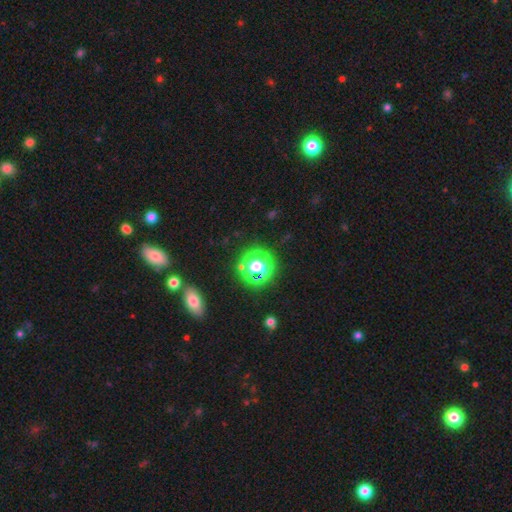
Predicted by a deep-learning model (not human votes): Smooth or featured?
  - star or artifact: 59% *
  - smooth: 33%
  - featured or disk: 8%